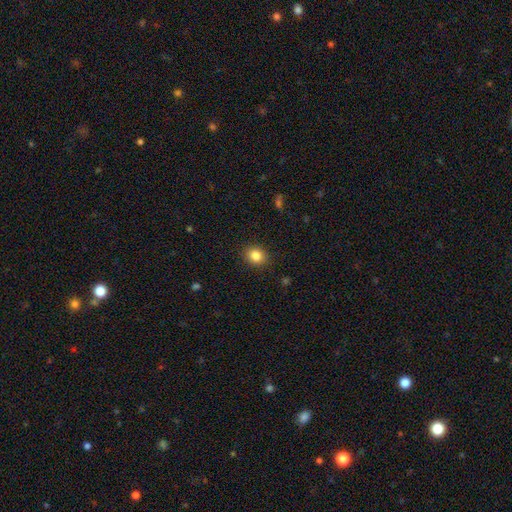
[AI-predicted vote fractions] Smooth or featured: smooth — 85% (star or artifact — 10%)
How rounded: round — 68% (in between — 32%)
Merging: none — 89% (minor disturbance — 7%)